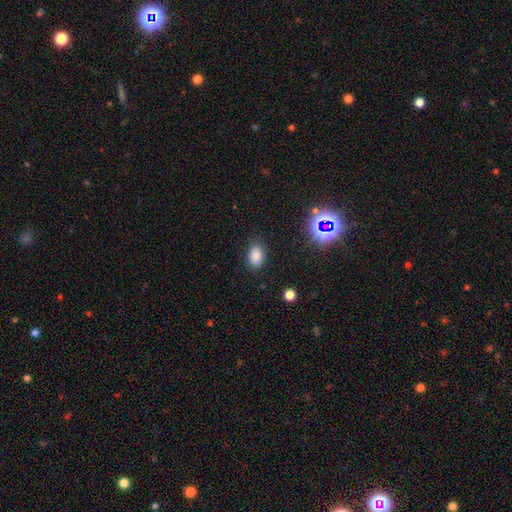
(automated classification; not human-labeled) A smooth galaxy with no disk features (82%) that is in between round and cigar-shaped (86%). Merging: none (83%).